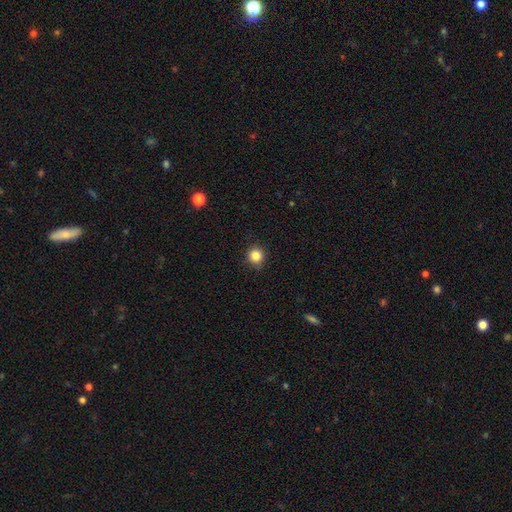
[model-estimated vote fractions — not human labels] smooth_or_featured: smooth (p=0.84) [alt: star or artifact p=0.11]
how_rounded: round (p=0.92) [alt: in between p=0.07]
merging: none (p=0.89) [alt: minor disturbance p=0.08]